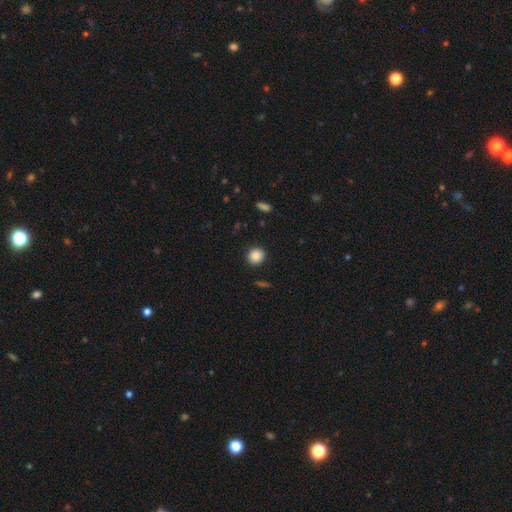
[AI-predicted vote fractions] Smooth or featured? Predicted: smooth (p=0.87). How rounded? Predicted: round (p=0.81). Merging? Predicted: none (p=0.91).